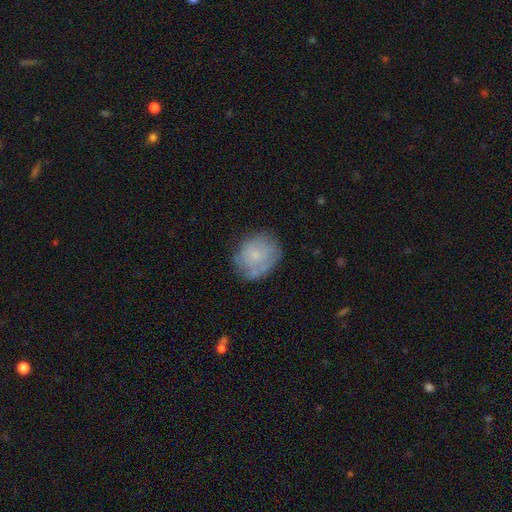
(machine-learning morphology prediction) Overall: smooth (57%; featured or disk 35%). How rounded: round (68%; in between 31%). Merging: none (62%; minor disturbance 25%).